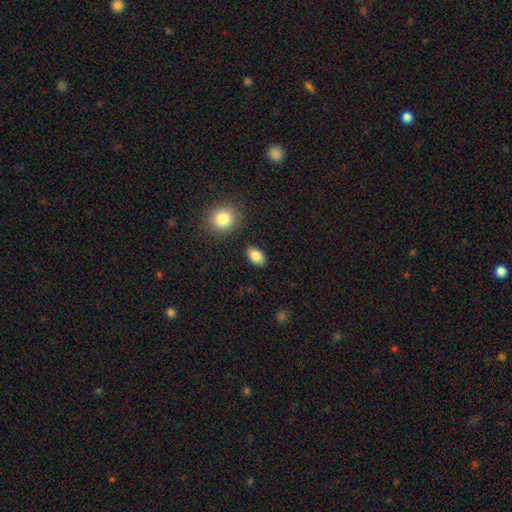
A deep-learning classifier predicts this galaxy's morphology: type=smooth (86%); roundness=in between (88%); merging=none (86%).